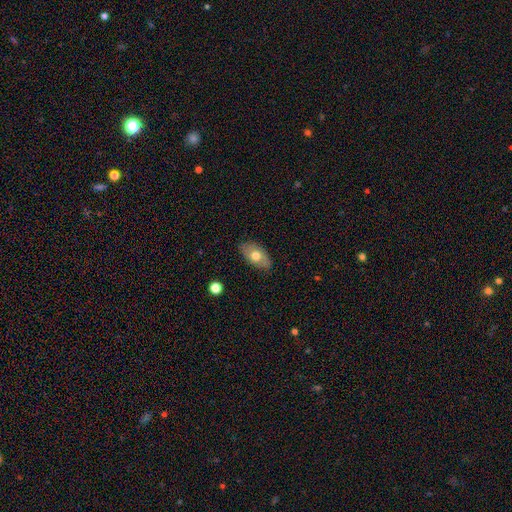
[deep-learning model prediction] This appears to be a smooth galaxy with no disk features (64%) that is in between round and cigar-shaped (92%). Merging: none (82%).